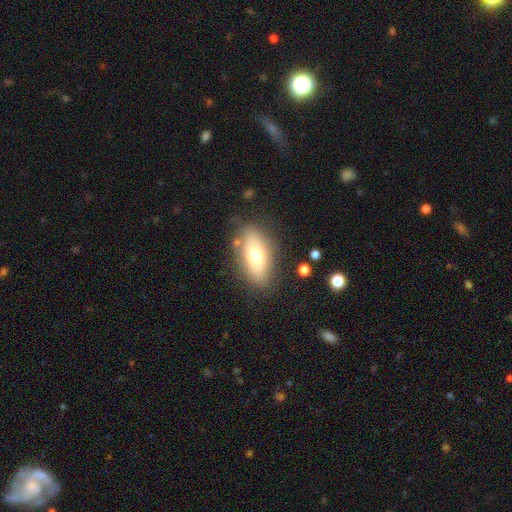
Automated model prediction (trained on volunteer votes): The model was most divided on "smooth or featured": smooth: 65%, featured or disk: 26%, star or artifact: 9%. More confident: how rounded — in between (84%); merging — none (78%).